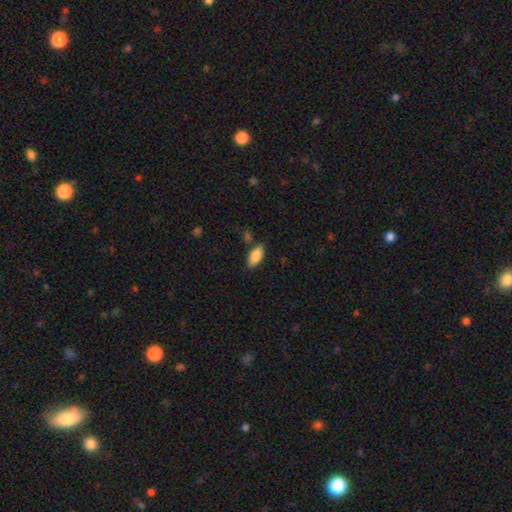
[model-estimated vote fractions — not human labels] Smooth or featured? Predicted: smooth (p=0.84). How rounded? Predicted: in between (p=0.87). Merging? Predicted: none (p=0.80).